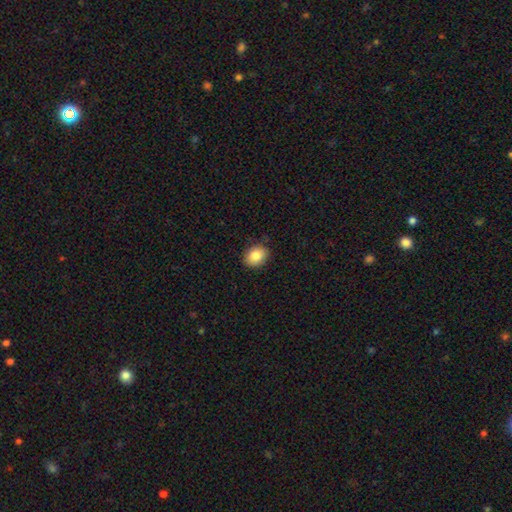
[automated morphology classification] smooth_or_featured: smooth (p=0.84) [alt: star or artifact p=0.08]
how_rounded: in between (p=0.59) [alt: round p=0.40]
merging: none (p=0.87) [alt: minor disturbance p=0.10]